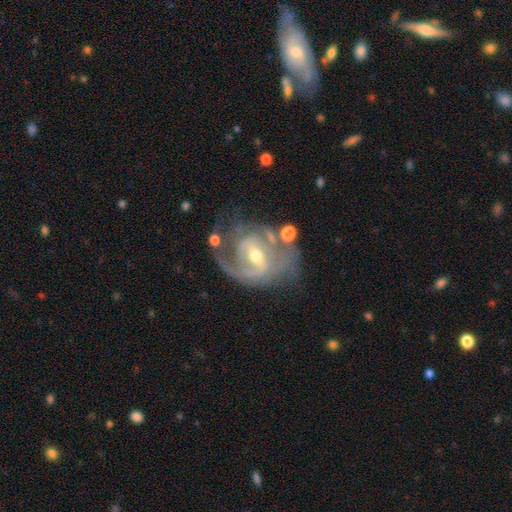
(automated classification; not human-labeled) Smooth or featured? featured or disk (88%)
Edge-on disk? no (97%)
Bar? weak (48%)
Spiral arms? yes (93%)
Spiral winding? medium (43%)
Spiral arm count? 2 (56%)
Bulge size? moderate (56%)
Merging? none (54%)